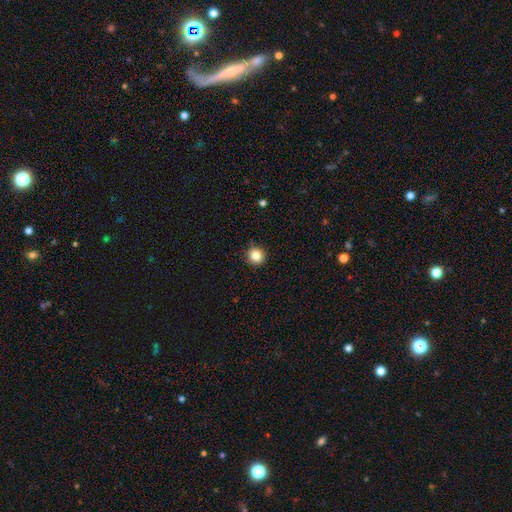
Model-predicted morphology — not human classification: This is clearly a smooth galaxy (83%). How rounded: clearly round (94%). Merging: clearly none (91%).